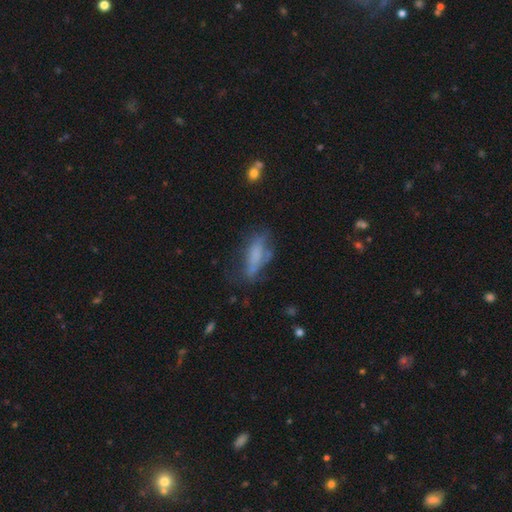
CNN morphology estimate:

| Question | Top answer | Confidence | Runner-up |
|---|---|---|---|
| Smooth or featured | smooth | 56% | featured or disk (32%) |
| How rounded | in between | 60% | cigar-shaped (37%) |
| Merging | none | 42% | minor disturbance (29%) |